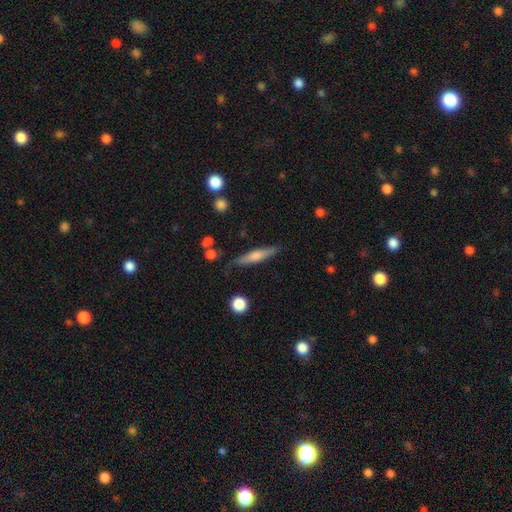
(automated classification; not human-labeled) Smooth or featured: featured or disk — 48% (smooth — 45%)
Merging: none — 84% (minor disturbance — 12%)